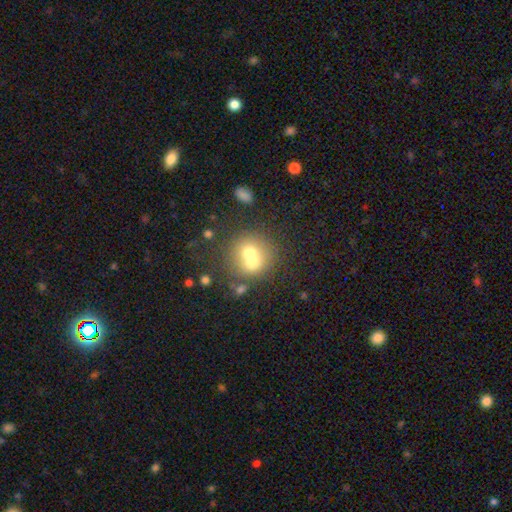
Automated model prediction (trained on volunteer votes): A smooth galaxy with no disk features (61%) that is round (84%).

Vote fractions:
- Smooth or featured? smooth: 61% / featured or disk: 26% / star or artifact: 14%
- How rounded? round: 84% / in between: 15% / cigar-shaped: 1%
- Merging? merger: 53% / none: 37% / minor disturbance: 7% / major disturbance: 3%